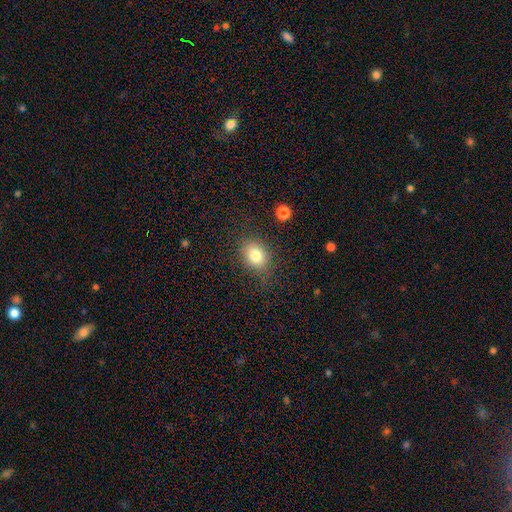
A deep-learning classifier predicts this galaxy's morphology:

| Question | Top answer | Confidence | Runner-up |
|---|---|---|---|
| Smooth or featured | smooth | 80% | star or artifact (11%) |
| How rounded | in between | 57% | round (42%) |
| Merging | none | 79% | minor disturbance (14%) |